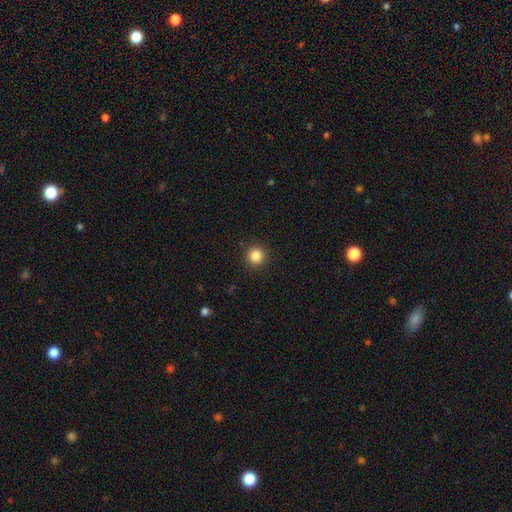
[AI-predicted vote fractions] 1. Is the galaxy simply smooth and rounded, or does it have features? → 84% smooth, 12% star or artifact, 4% featured or disk.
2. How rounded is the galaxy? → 95% round, 4% in between, 1% cigar-shaped.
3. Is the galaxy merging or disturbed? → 92% none, 5% minor disturbance, 2% major disturbance, 1% merger.